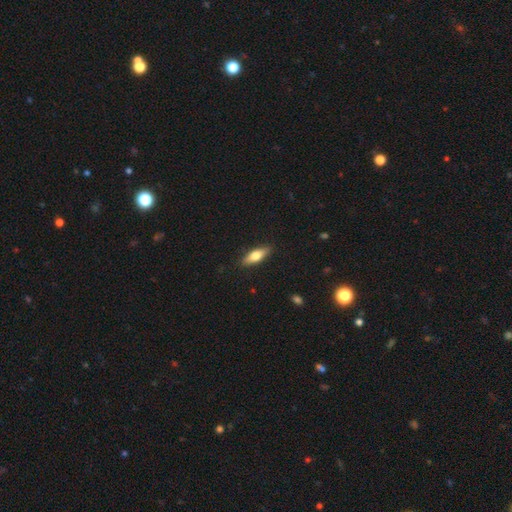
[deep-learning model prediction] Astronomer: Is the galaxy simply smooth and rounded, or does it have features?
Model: smooth — 60%.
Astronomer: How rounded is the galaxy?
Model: in between — 56% (runner-up: cigar-shaped, 41%).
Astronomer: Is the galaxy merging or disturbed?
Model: none — 88%.